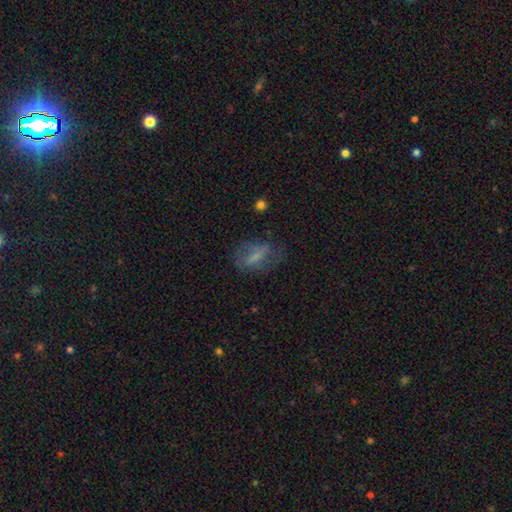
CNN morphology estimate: smooth 51%, featured or disk 38%, star or artifact 11%. Down the decision tree: how rounded — in between (75%); merging — none (54%).